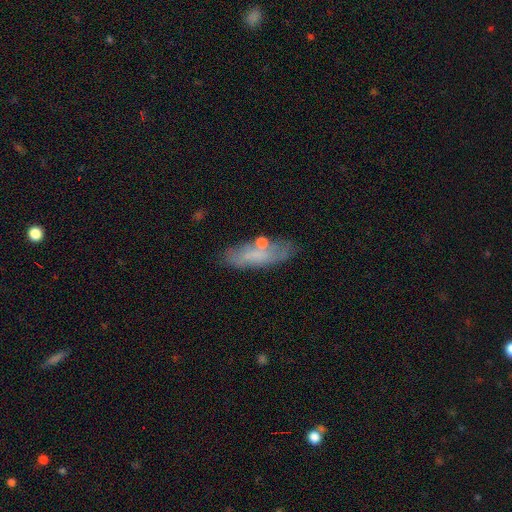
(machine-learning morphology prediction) smooth 58%, featured or disk 33%, star or artifact 9%. Down the decision tree: how rounded — in between (56%); merging — none (66%).